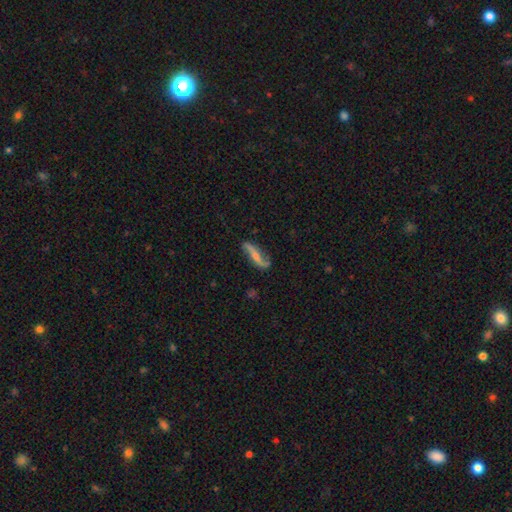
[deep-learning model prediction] Q: Smooth or featured?
A: featured or disk (73%); runner-up: smooth (20%)
Q: Edge-on disk?
A: no (82%); runner-up: yes (18%)
Q: Bar?
A: no (43%); runner-up: weak (32%)
Q: Spiral arms?
A: yes (92%); runner-up: no (8%)
Q: Spiral winding?
A: loose (87%); runner-up: medium (9%)
Q: Spiral arm count?
A: 2 (90%); runner-up: 1 (5%)
Q: Bulge size?
A: small (46%); runner-up: none (25%)
Q: Merging?
A: none (69%); runner-up: minor disturbance (19%)